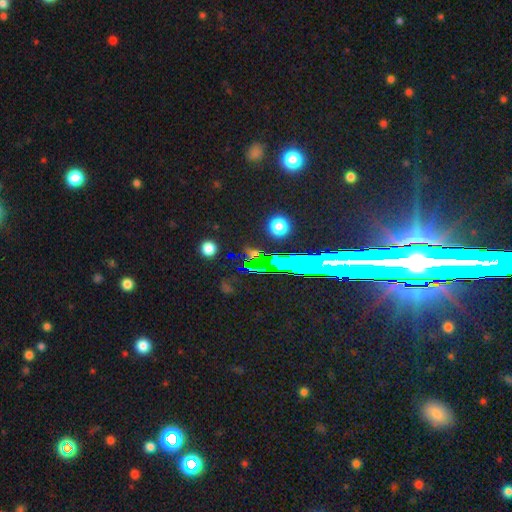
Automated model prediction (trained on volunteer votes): A star or artifact, not a galaxy (63%).

Vote fractions:
- Smooth or featured? star or artifact: 63% / smooth: 25% / featured or disk: 13%